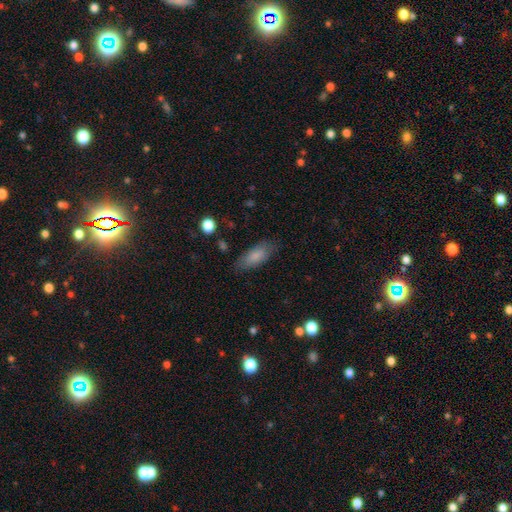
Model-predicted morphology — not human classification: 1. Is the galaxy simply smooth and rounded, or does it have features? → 82% smooth, 11% featured or disk, 7% star or artifact.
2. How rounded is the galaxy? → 79% in between, 19% cigar-shaped, 2% round.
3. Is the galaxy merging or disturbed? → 80% none, 14% minor disturbance, 4% major disturbance, 1% merger.